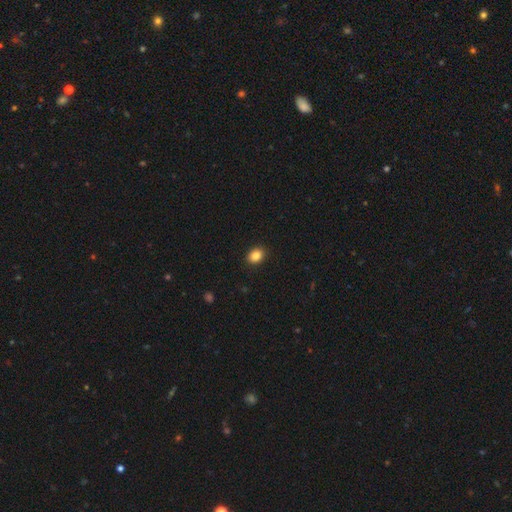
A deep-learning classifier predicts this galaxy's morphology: Smooth or featured? smooth (86%)
How rounded? in between (56%)
Merging? none (90%)